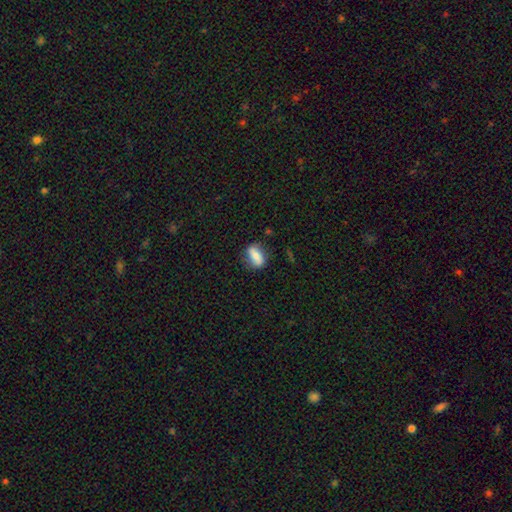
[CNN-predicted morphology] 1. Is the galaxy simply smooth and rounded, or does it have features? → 66% smooth, 26% featured or disk, 8% star or artifact.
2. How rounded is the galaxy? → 76% in between, 13% round, 10% cigar-shaped.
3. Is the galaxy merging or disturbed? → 73% none, 19% minor disturbance, 6% major disturbance, 2% merger.